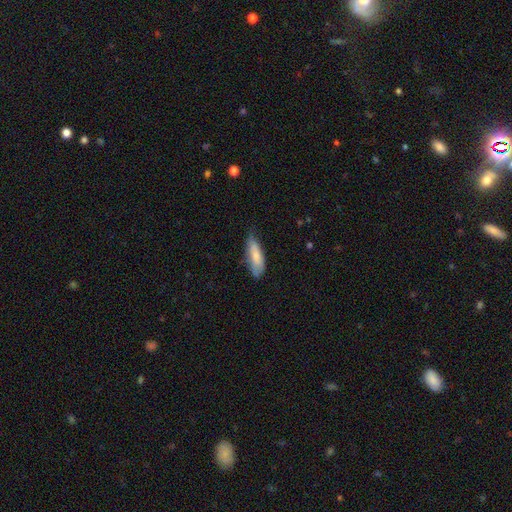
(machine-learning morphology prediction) smooth_or_featured: smooth (p=0.78) [alt: featured or disk p=0.16]
how_rounded: in between (p=0.59) [alt: cigar-shaped p=0.39]
merging: none (p=0.60) [alt: minor disturbance p=0.32]